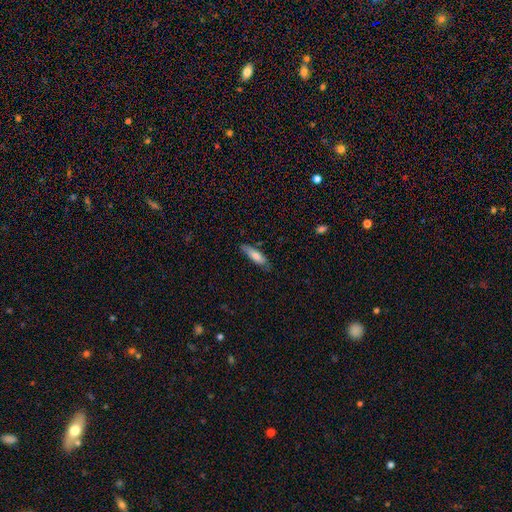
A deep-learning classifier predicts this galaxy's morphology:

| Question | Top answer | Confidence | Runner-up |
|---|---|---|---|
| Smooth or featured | smooth | 72% | featured or disk (23%) |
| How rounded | cigar-shaped | 62% | in between (37%) |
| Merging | none | 78% | minor disturbance (18%) |